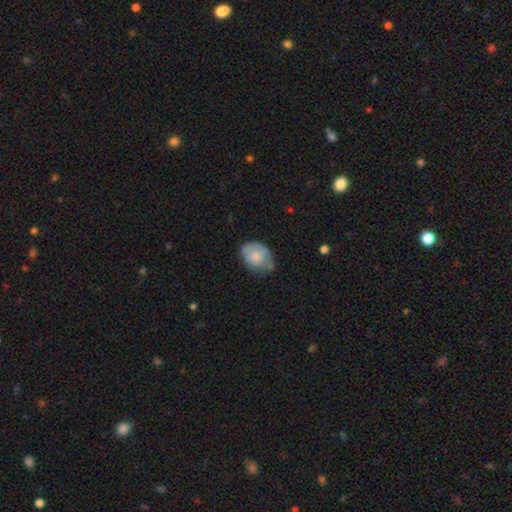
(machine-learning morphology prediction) The model was most divided on "merging": none: 45%, minor disturbance: 39%, major disturbance: 12%, merger: 3%. More confident: smooth or featured — smooth (70%); how rounded — in between (66%).